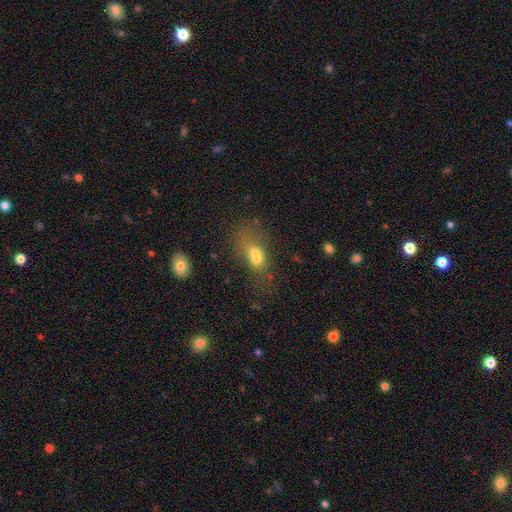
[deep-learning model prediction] Smooth or featured?
  - smooth: 63% *
  - featured or disk: 22%
  - star or artifact: 15%
How rounded?
  - in between: 72% *
  - round: 15%
  - cigar-shaped: 13%
Merging?
  - merger: 33% *
  - none: 32%
  - major disturbance: 19%
  - minor disturbance: 17%